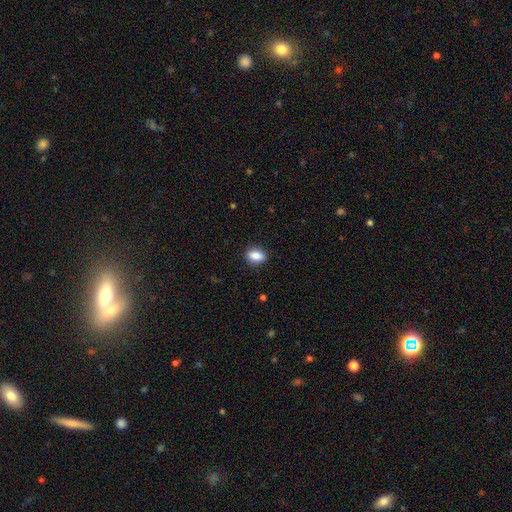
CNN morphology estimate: type=smooth (88%); roundness=in between (81%); merging=none (85%).